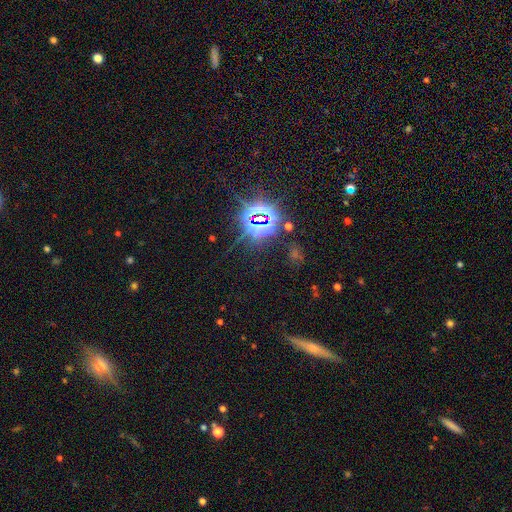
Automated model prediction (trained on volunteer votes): Smooth or featured? star or artifact (74%)